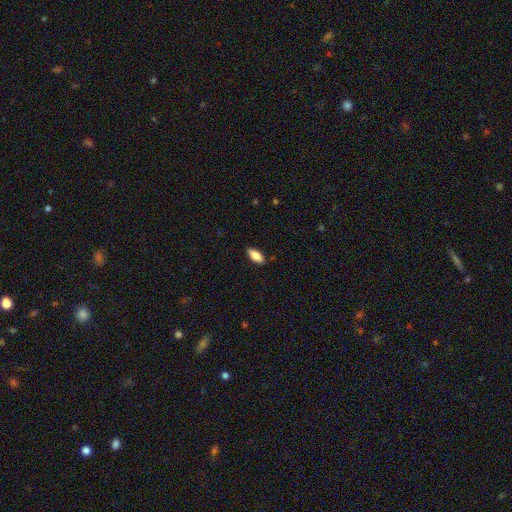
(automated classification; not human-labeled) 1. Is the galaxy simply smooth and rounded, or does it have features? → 86% smooth, 7% featured or disk, 6% star or artifact.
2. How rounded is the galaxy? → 82% in between, 16% cigar-shaped, 2% round.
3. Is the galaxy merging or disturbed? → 87% none, 10% minor disturbance, 2% major disturbance, 1% merger.